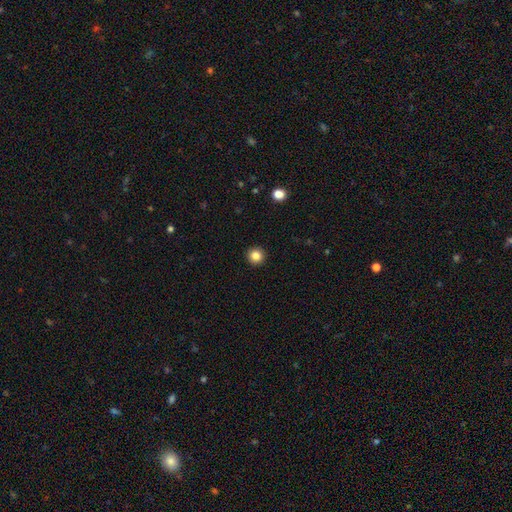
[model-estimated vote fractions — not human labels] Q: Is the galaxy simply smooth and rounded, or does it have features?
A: smooth — 84%.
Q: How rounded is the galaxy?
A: round — 95%.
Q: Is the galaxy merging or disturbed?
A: none — 94%.